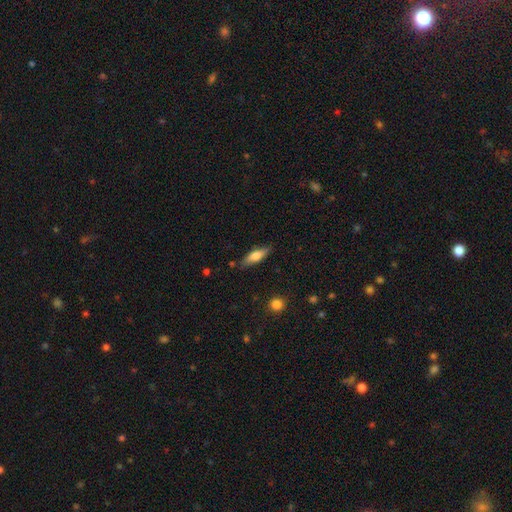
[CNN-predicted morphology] Smooth or featured? smooth (63%)
How rounded? cigar-shaped (52%)
Merging? none (82%)